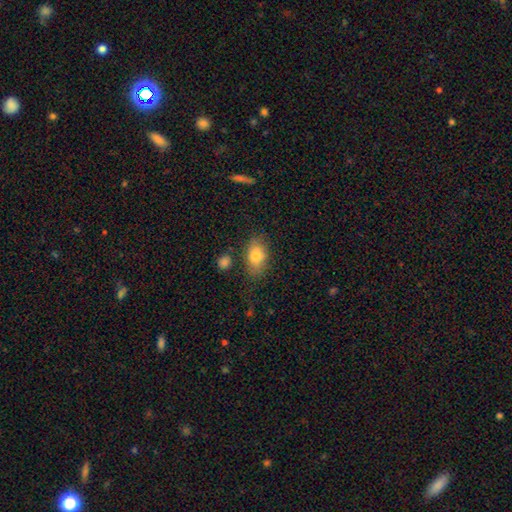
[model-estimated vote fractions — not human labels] Overall: smooth (78%). How rounded: in between (87%). Merging: none (75%).